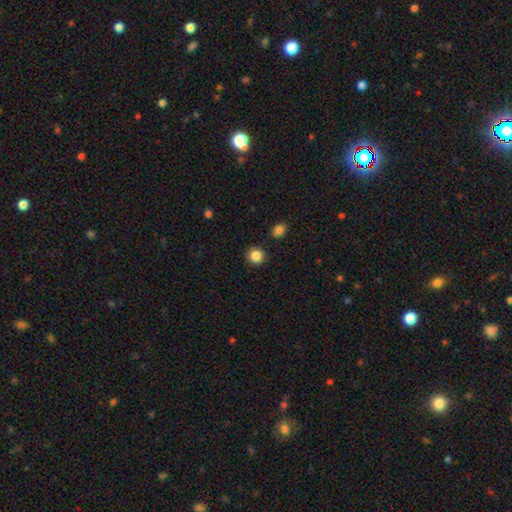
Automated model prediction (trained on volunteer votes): smooth 87%, star or artifact 10%, featured or disk 4%. Down the decision tree: how rounded — round (93%); merging — none (91%).